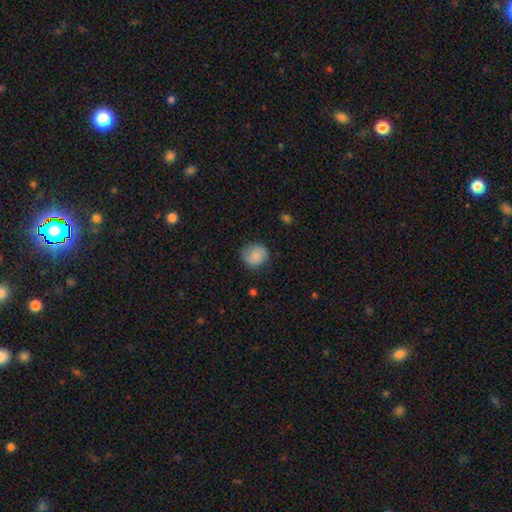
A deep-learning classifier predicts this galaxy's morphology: The model was most divided on "merging": none: 72%, minor disturbance: 21%, major disturbance: 6%, merger: 1%. More confident: how rounded — round (81%); smooth or featured — smooth (81%).